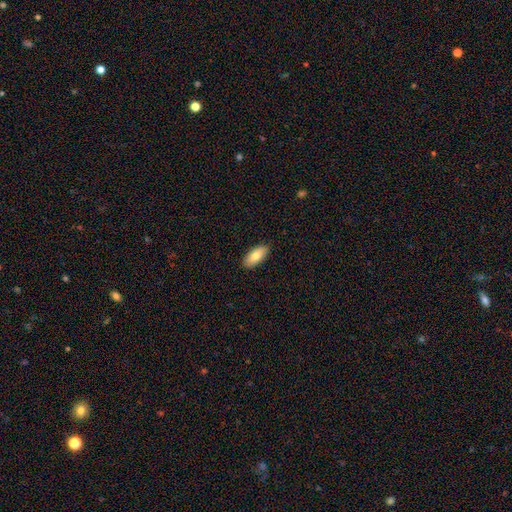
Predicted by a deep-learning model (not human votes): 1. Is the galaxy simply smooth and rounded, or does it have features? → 79% smooth, 15% featured or disk, 6% star or artifact.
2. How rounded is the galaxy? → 87% in between, 10% cigar-shaped, 2% round.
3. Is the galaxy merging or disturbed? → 90% none, 8% minor disturbance, 2% major disturbance, 1% merger.